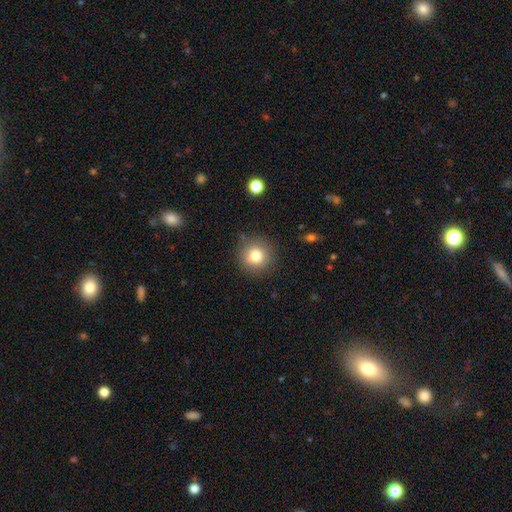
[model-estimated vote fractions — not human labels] Morphology: type=smooth (80%); roundness=round (93%); merging=none (85%).